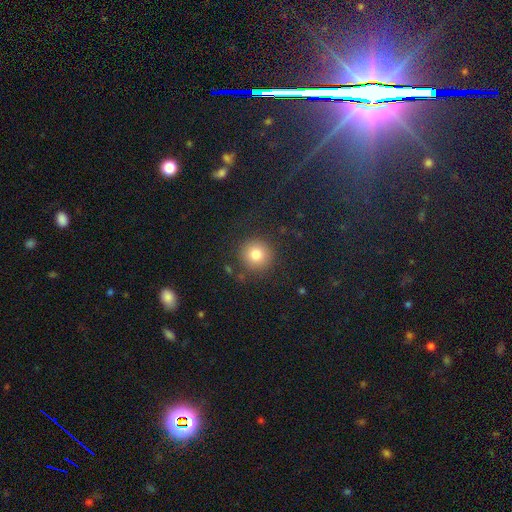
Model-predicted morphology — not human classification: This appears to be a smooth galaxy with no disk features (80%) that is round (94%). Merging: none (88%).